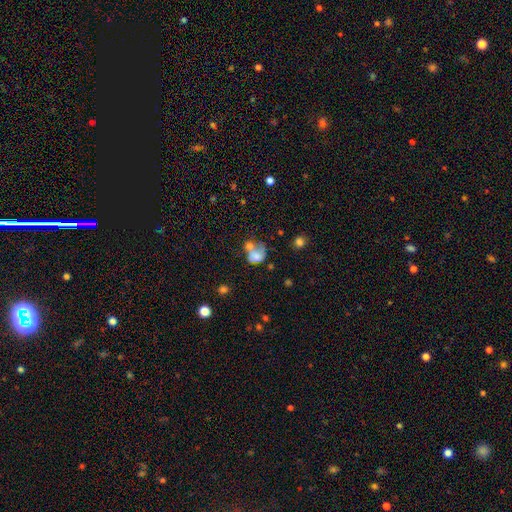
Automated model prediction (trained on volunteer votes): Smooth or featured: smooth — 61% (featured or disk — 28%)
How rounded: in between — 53% (round — 46%)
Merging: merger — 45% (none — 20%)